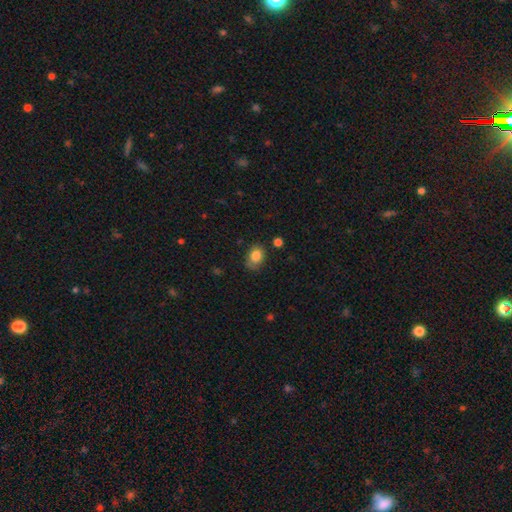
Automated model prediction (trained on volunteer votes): Smooth or featured? smooth (82%)
How rounded? in between (57%)
Merging? none (63%)